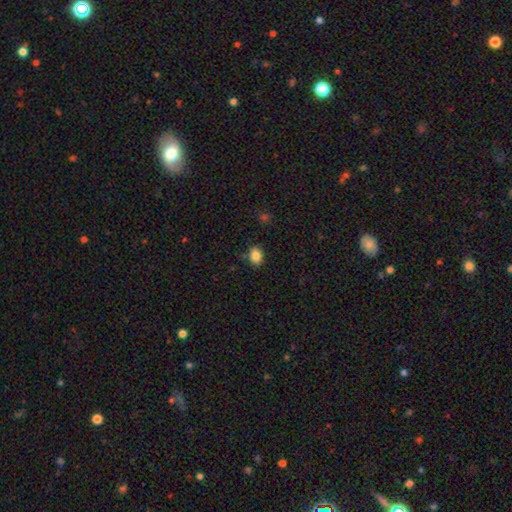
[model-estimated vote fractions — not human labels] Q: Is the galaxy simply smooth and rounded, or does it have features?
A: smooth — 86%.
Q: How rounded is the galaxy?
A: in between — 70%.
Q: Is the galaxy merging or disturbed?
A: none — 82%.